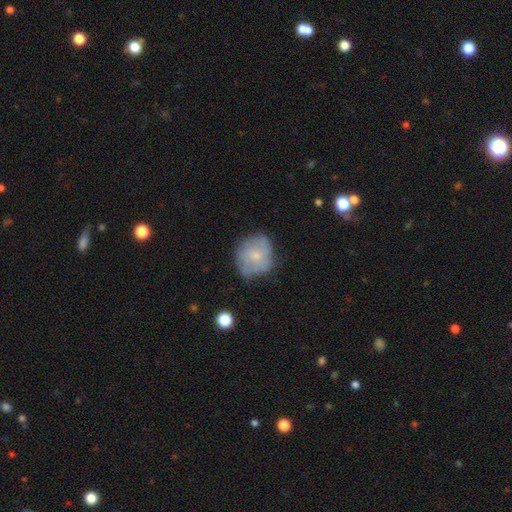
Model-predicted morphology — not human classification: The model was most divided on "smooth or featured": smooth: 56%, featured or disk: 36%, star or artifact: 8%. More confident: how rounded — round (75%); merging — none (54%).